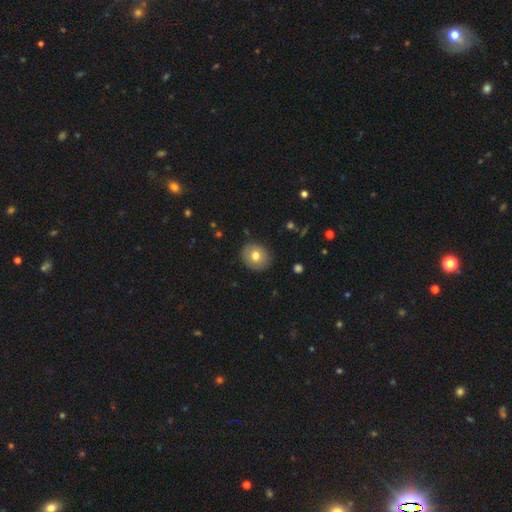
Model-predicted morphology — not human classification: smooth-or-featured: smooth: 75% | featured or disk: 16% | star or artifact: 9%
  how-rounded: round: 67% | in between: 32% | cigar-shaped: 1%
  merging: none: 87% | minor disturbance: 10% | major disturbance: 2% | merger: 1%